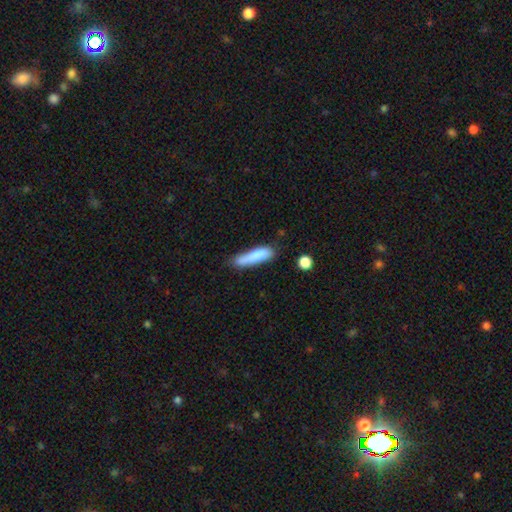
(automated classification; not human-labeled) The model was most divided on "merging": none: 65%, minor disturbance: 24%, major disturbance: 6%, merger: 5%. More confident: smooth or featured — smooth (82%); how rounded — cigar-shaped (81%).